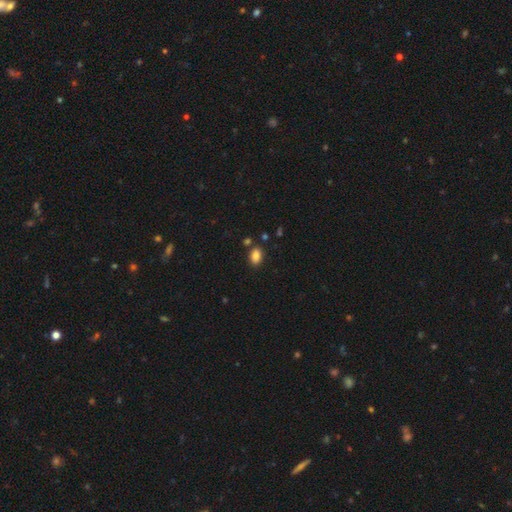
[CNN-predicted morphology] A smooth galaxy with no disk features (86%) that is in between round and cigar-shaped (87%).

Vote fractions:
- Smooth or featured? smooth: 86% / star or artifact: 10% / featured or disk: 4%
- How rounded? in between: 87% / round: 11% / cigar-shaped: 2%
- Merging? none: 80% / minor disturbance: 11% / merger: 7% / major disturbance: 3%